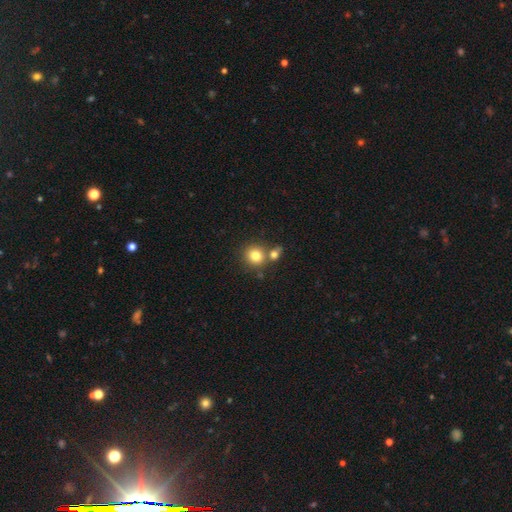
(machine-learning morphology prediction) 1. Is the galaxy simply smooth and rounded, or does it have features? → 80% smooth, 11% star or artifact, 9% featured or disk.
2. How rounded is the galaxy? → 81% round, 18% in between, 1% cigar-shaped.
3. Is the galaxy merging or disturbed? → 60% none, 28% merger, 9% minor disturbance, 3% major disturbance.